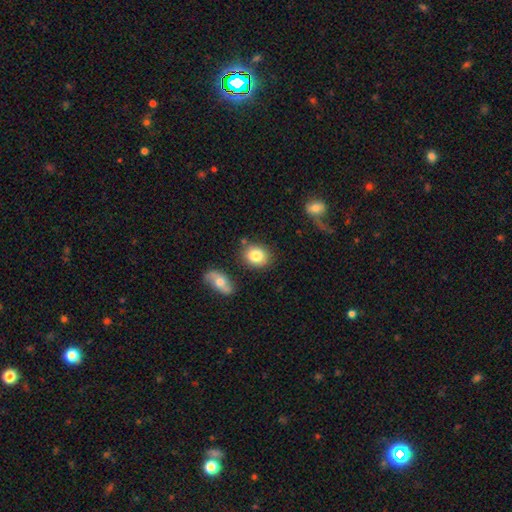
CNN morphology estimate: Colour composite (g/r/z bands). It shows a smooth galaxy with no disk features (81%) that is round (50%). Merging: none (77%).